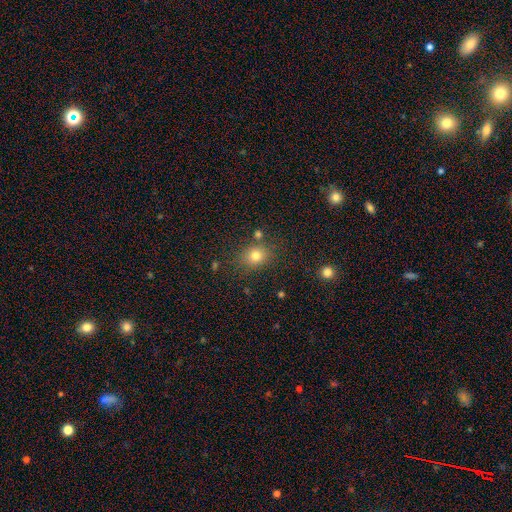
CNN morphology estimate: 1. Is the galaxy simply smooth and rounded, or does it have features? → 77% smooth, 15% star or artifact, 9% featured or disk.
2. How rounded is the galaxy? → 64% round, 35% in between, 1% cigar-shaped.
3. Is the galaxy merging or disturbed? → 78% none, 12% minor disturbance, 6% merger, 4% major disturbance.